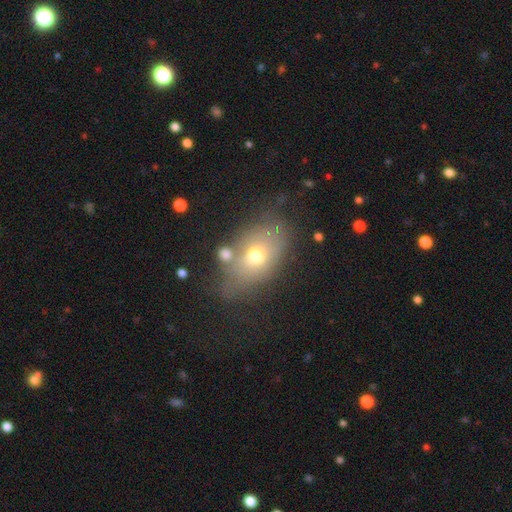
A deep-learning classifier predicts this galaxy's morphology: A smooth galaxy with no disk features (61%) that is in between round and cigar-shaped (77%). Merging: none (53%).